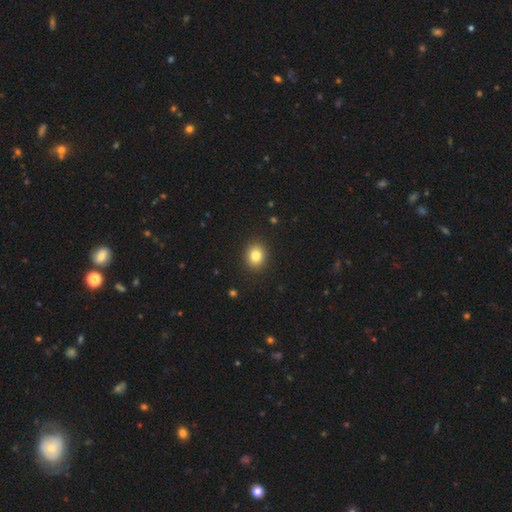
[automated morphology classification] This appears to be a smooth galaxy with no disk features (83%) that is round (67%). Merging: none (91%).